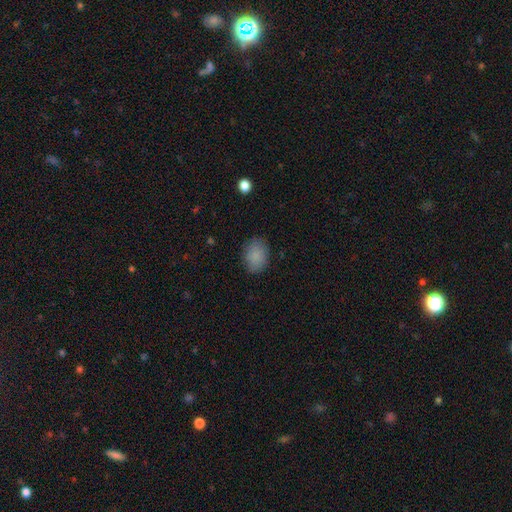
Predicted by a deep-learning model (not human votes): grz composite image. It shows a smooth galaxy with no disk features (87%) that is in between round and cigar-shaped (70%). Merging: none (84%).